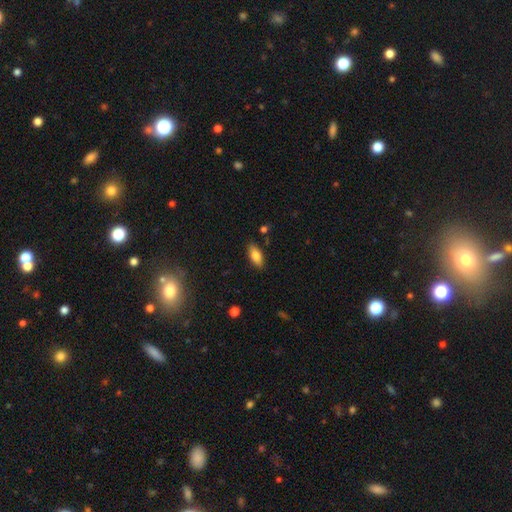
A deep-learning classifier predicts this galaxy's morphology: Smooth or featured? smooth (78%)
How rounded? in between (85%)
Merging? none (86%)